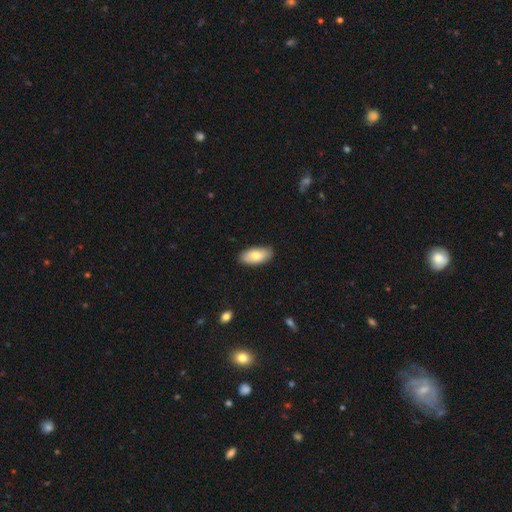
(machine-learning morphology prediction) A smooth galaxy with no disk features (76%) that is in between round and cigar-shaped (93%). Merging: none (86%).